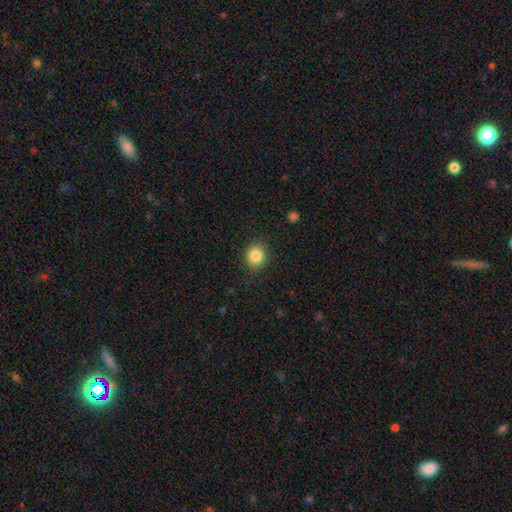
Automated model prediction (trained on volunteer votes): smooth_or_featured: smooth (p=0.85) [alt: star or artifact p=0.10]
how_rounded: round (p=0.80) [alt: in between p=0.19]
merging: none (p=0.88) [alt: minor disturbance p=0.08]